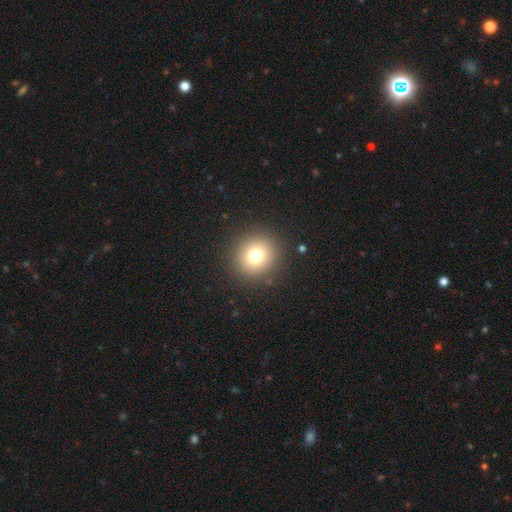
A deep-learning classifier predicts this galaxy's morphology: type=smooth (75%); roundness=round (91%); merging=none (90%).